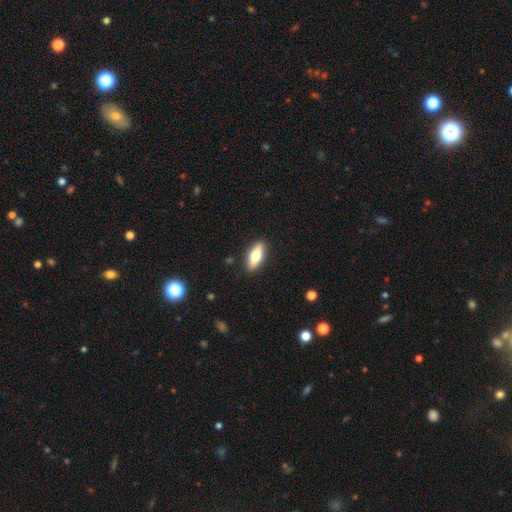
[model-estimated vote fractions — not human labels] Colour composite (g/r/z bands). It shows a smooth galaxy with no disk features (64%) that is in between round and cigar-shaped (70%). Merging: none (89%).